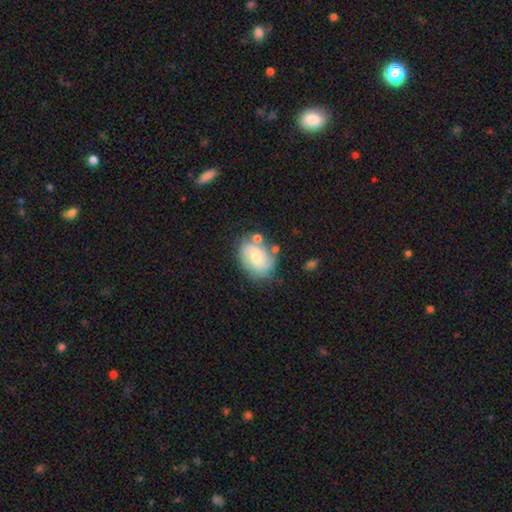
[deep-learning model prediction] This appears to be a featured or disk galaxy (55%) with no bar (62%), spiral arms (85%) and a small central bulge (47%). Merging: none (63%).